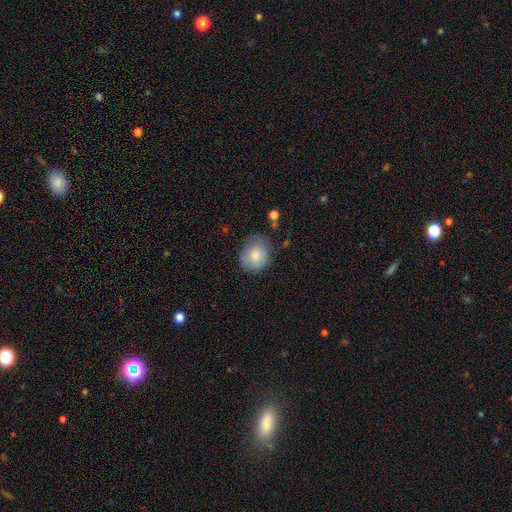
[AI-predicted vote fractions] A smooth galaxy with no disk features (80%) that is round (60%). Merging: none (66%).